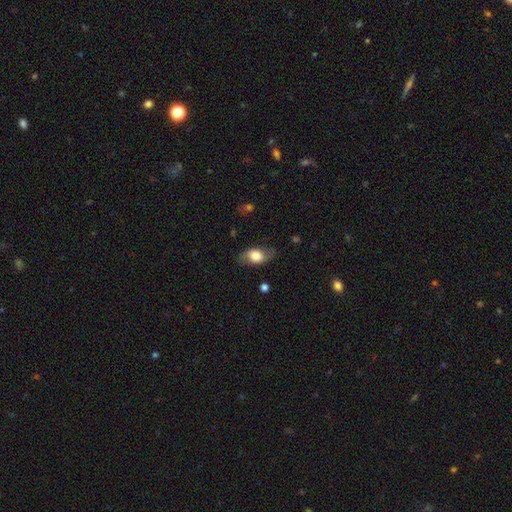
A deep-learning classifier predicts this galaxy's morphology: This is likely a smooth galaxy (66%). How rounded: clearly in between (85%). Merging: likely none (77%).